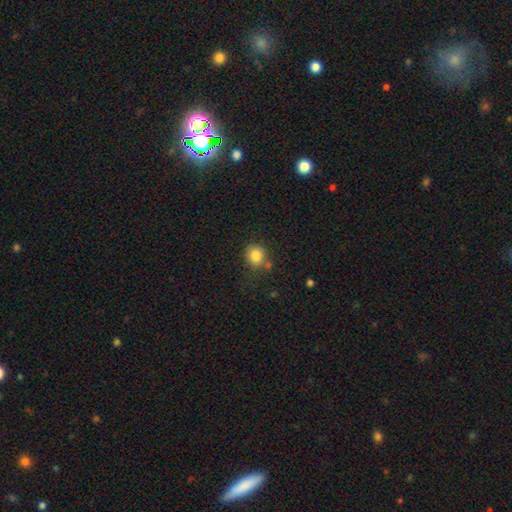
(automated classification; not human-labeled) The model was most divided on "merging": none: 70%, minor disturbance: 16%, merger: 10%, major disturbance: 5%. More confident: smooth or featured — smooth (84%); how rounded — round (81%).